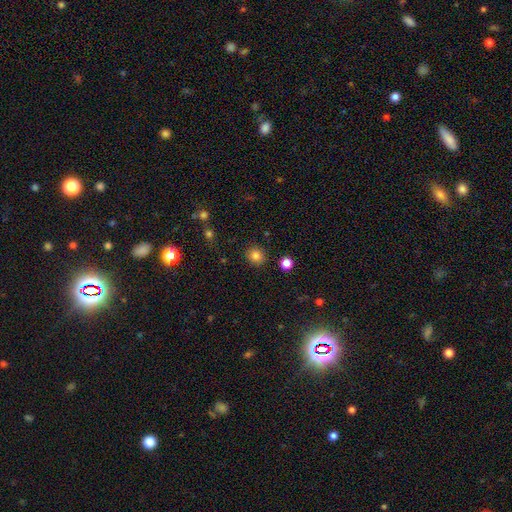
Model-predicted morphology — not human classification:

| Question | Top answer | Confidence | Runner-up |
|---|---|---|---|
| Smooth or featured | smooth | 83% | star or artifact (12%) |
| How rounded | round | 82% | in between (17%) |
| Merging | none | 88% | minor disturbance (8%) |